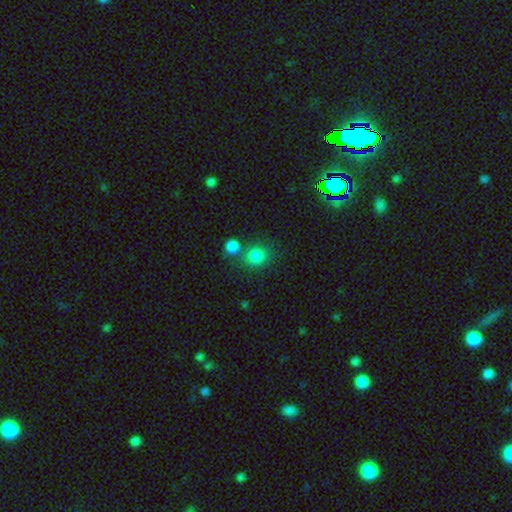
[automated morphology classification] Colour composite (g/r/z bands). It shows a smooth galaxy with no disk features (84%) that is round (79%). Merging: none (62%).